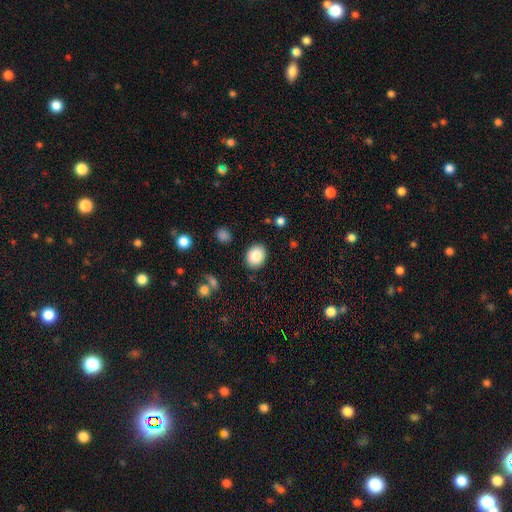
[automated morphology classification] smooth_or_featured: smooth (p=0.85) [alt: star or artifact p=0.08]
how_rounded: round (p=0.56) [alt: in between p=0.43]
merging: none (p=0.88) [alt: minor disturbance p=0.08]